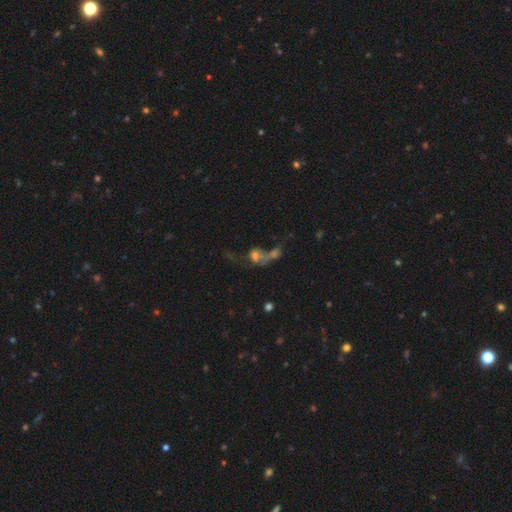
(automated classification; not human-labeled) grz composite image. It shows a smooth galaxy with no disk features (42%). Merging: merger (57%).